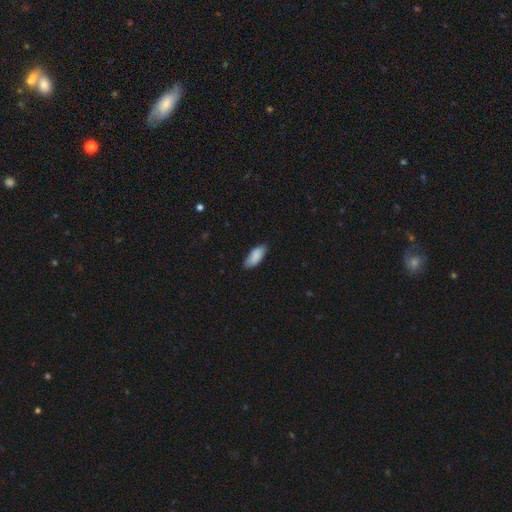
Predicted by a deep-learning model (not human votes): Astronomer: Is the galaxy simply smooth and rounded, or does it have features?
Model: smooth — 88%.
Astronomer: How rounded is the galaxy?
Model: in between — 83%.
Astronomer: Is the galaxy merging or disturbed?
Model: none — 78%.